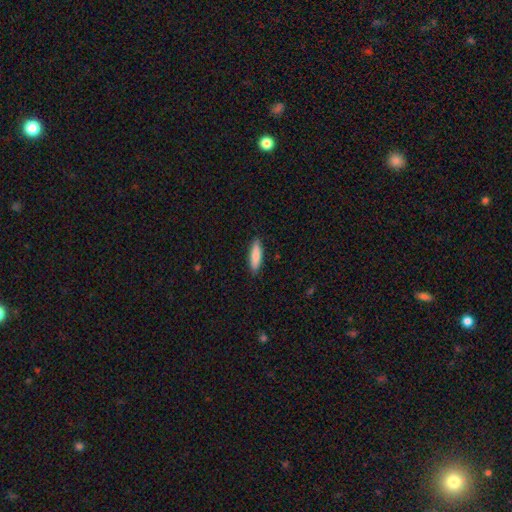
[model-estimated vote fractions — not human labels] Q: Smooth or featured?
A: smooth (83%); runner-up: featured or disk (11%)
Q: How rounded?
A: cigar-shaped (66%); runner-up: in between (32%)
Q: Merging?
A: none (89%); runner-up: minor disturbance (9%)